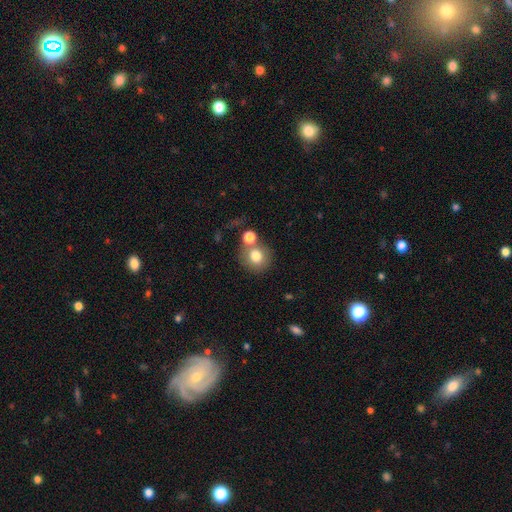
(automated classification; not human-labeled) Smooth or featured? Predicted: smooth (p=0.77). How rounded? Predicted: round (p=0.85). Merging? Predicted: none (p=0.55).